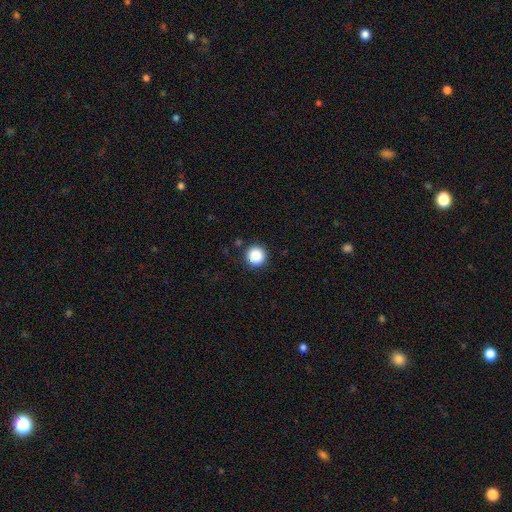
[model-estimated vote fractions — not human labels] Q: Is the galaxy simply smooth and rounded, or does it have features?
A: smooth — 88%.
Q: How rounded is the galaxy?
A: round — 96%.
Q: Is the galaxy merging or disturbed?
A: none — 90%.